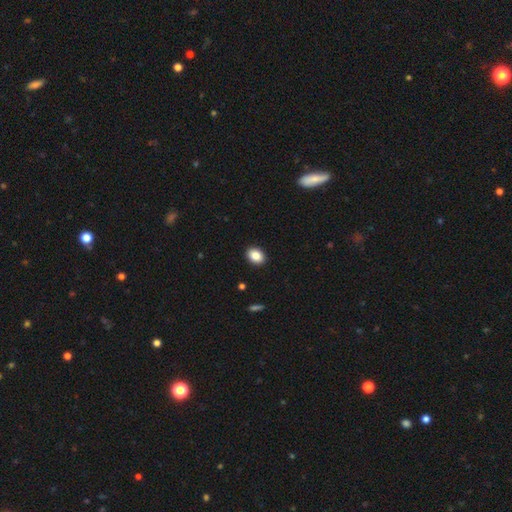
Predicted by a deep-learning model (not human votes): The model was most divided on "how rounded": in between: 66%, round: 33%, cigar-shaped: 1%. More confident: merging — none (91%); smooth or featured — smooth (86%).